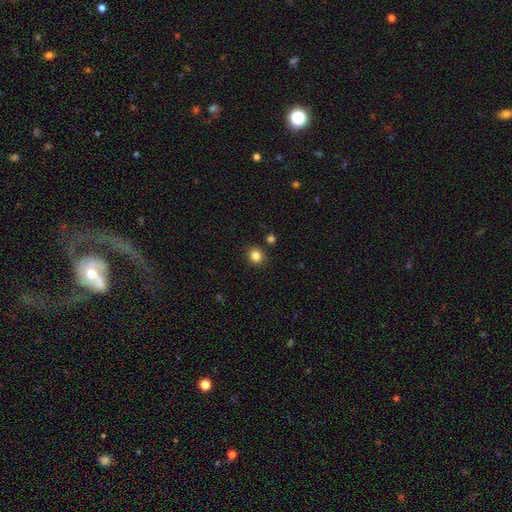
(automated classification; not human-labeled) Smooth or featured: smooth — 84% (star or artifact — 11%)
How rounded: round — 76% (in between — 23%)
Merging: none — 88% (minor disturbance — 7%)